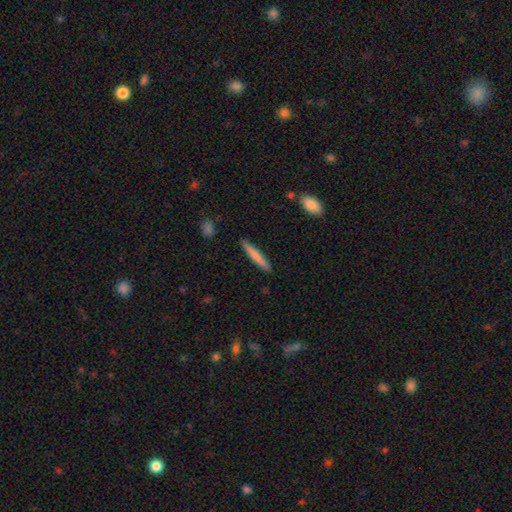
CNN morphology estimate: This is likely a smooth galaxy (71%). How rounded: clearly cigar-shaped (94%). Merging: clearly none (90%).